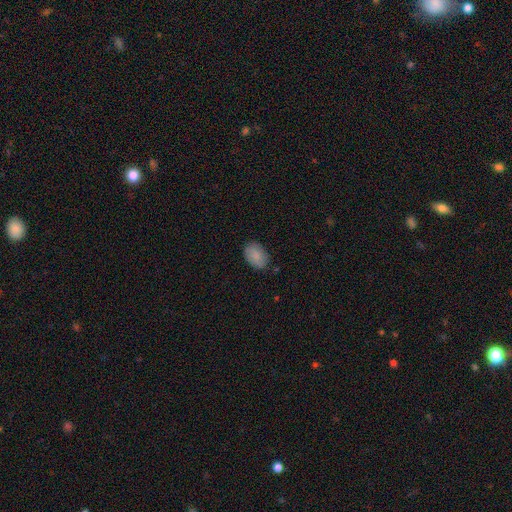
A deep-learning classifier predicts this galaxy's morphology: smooth 87%, star or artifact 7%, featured or disk 6%. Down the decision tree: how rounded — in between (85%); merging — none (81%).